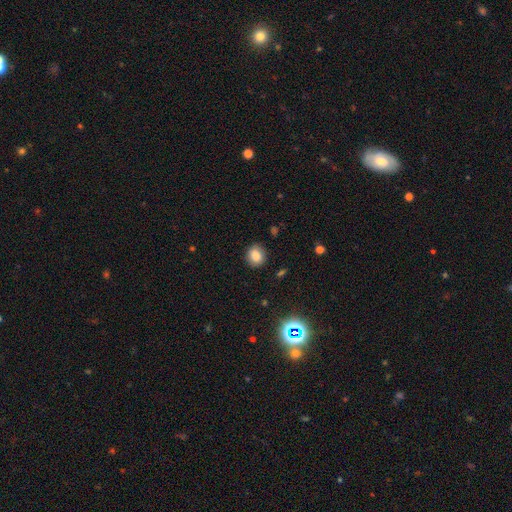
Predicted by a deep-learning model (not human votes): A smooth galaxy with no disk features (83%) that is round (75%). Merging: none (87%).